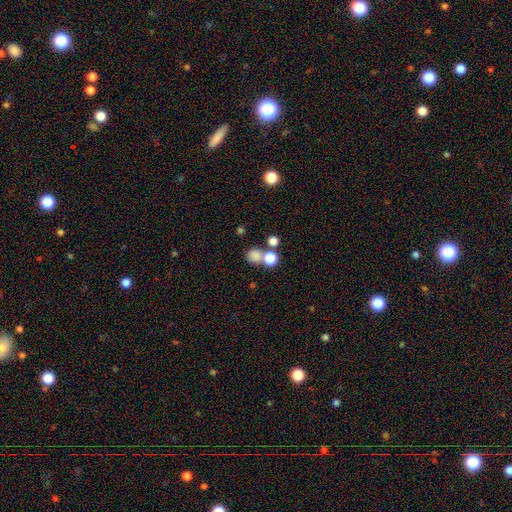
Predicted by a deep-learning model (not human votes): smooth_or_featured: smooth (p=0.78) [alt: star or artifact p=0.14]
how_rounded: round (p=0.85) [alt: in between p=0.14]
merging: none (p=0.53) [alt: merger p=0.34]